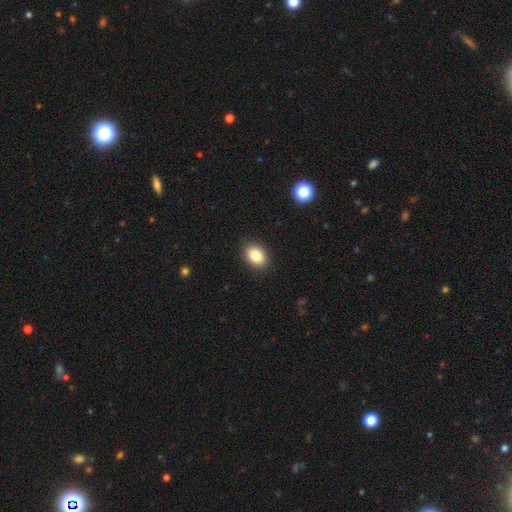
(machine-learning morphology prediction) smooth 85%, star or artifact 9%, featured or disk 6%. Down the decision tree: how rounded — in between (77%); merging — none (89%).